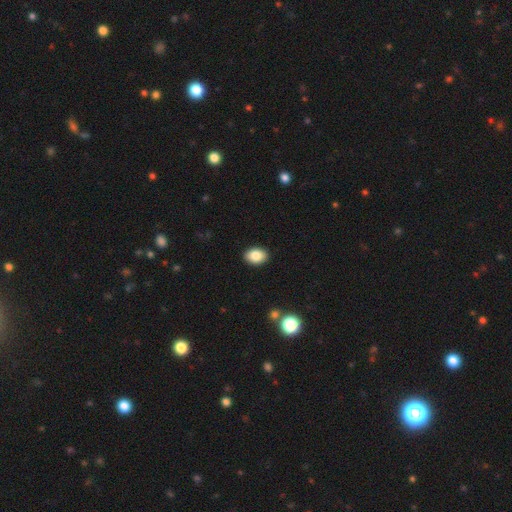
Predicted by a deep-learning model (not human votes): A smooth galaxy with no disk features (85%) that is in between round and cigar-shaped (78%). Merging: none (90%).